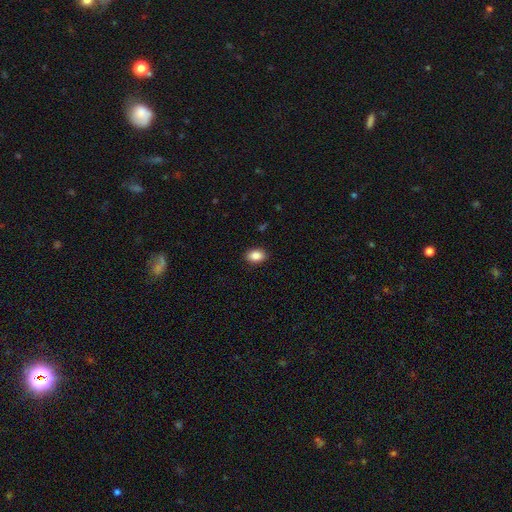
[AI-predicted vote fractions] Smooth or featured? smooth (88%)
How rounded? in between (78%)
Merging? none (90%)